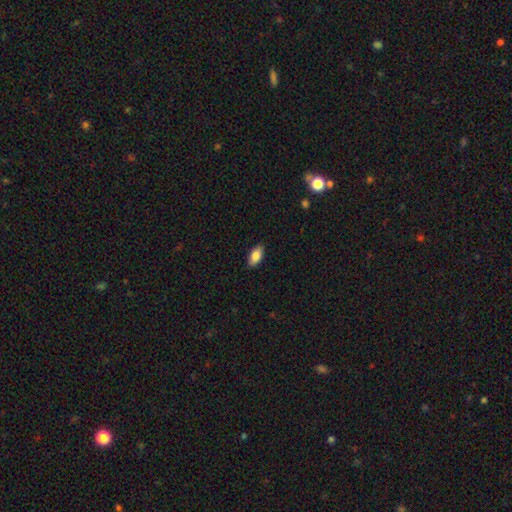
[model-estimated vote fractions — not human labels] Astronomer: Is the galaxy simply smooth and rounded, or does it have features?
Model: smooth — 85%.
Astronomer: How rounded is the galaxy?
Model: in between — 91%.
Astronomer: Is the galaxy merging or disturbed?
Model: none — 88%.